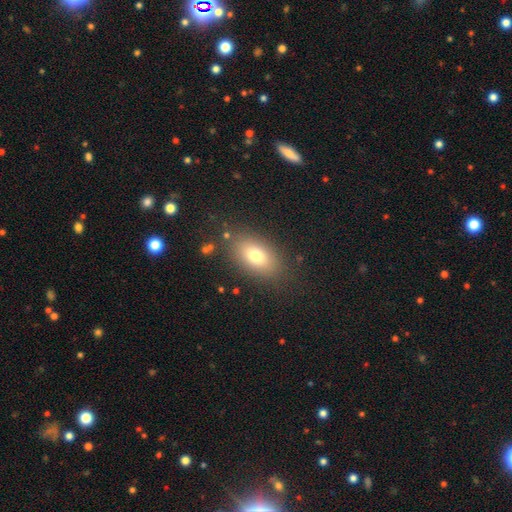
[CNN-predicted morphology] A smooth galaxy with no disk features (75%) that is in between round and cigar-shaped (85%). Merging: none (82%).